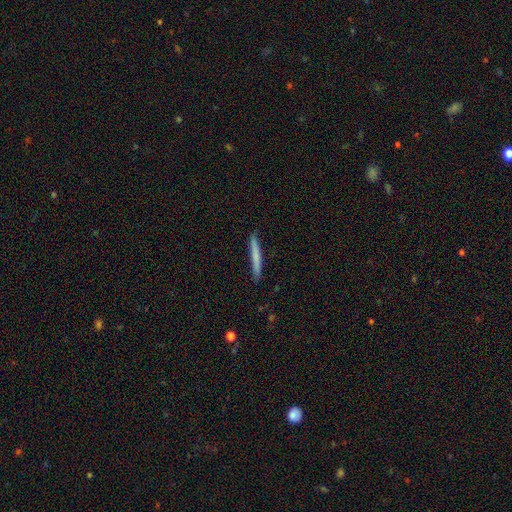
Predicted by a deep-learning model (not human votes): Smooth or featured: smooth — 70% (featured or disk — 25%)
How rounded: cigar-shaped — 97% (in between — 2%)
Merging: none — 89% (minor disturbance — 8%)